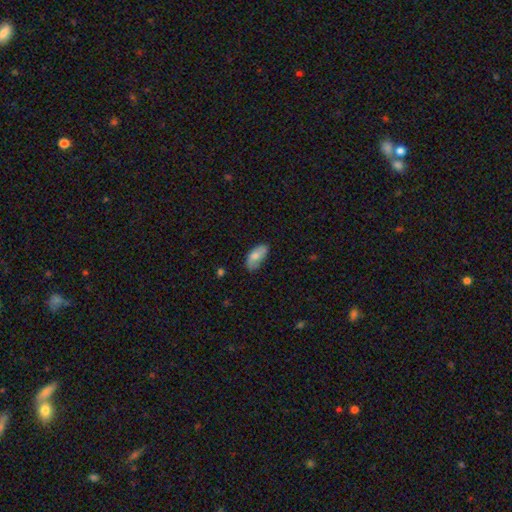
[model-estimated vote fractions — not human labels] This appears to be a smooth galaxy with no disk features (73%) that is in between round and cigar-shaped (91%). Merging: none (67%).